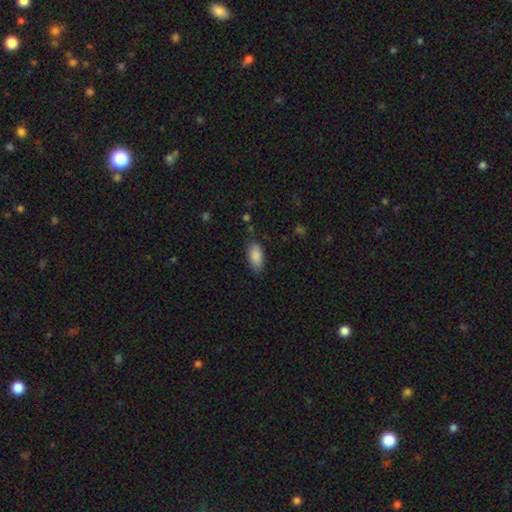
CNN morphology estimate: This is clearly a smooth galaxy (88%). How rounded: clearly in between (92%). Merging: likely none (79%).